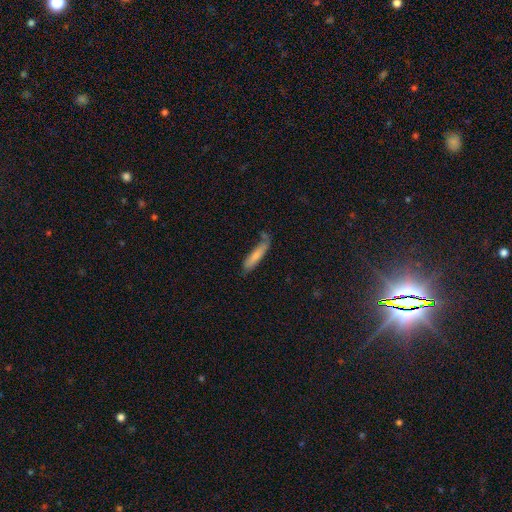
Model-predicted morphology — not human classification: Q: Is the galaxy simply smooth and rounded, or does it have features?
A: smooth — 77%.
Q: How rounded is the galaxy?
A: cigar-shaped — 84%.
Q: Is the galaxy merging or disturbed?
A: none — 65%.